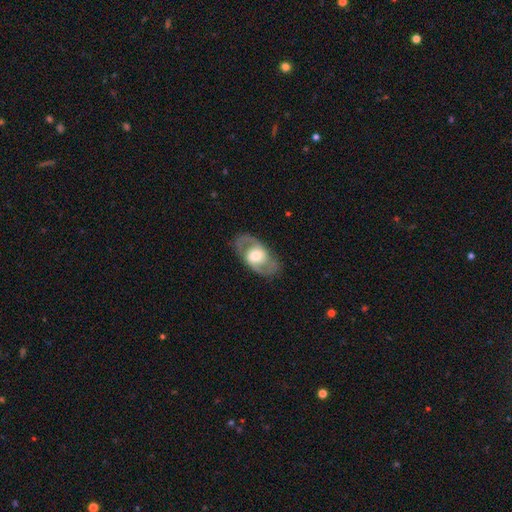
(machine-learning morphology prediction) The model was most divided on "bar": no: 53%, weak: 32%, strong: 15%. More confident: edge-on disk — no (93%); spiral arm count — 2 (88%); merging — none (82%); spiral arms — yes (77%); smooth or featured — featured or disk (76%); bulge size — moderate (60%); spiral winding — medium (53%).